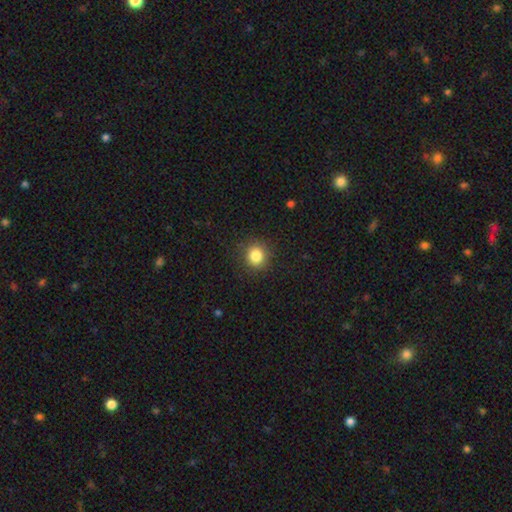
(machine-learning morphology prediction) Smooth or featured: smooth — 84% (star or artifact — 11%)
How rounded: round — 88% (in between — 11%)
Merging: none — 90% (minor disturbance — 7%)